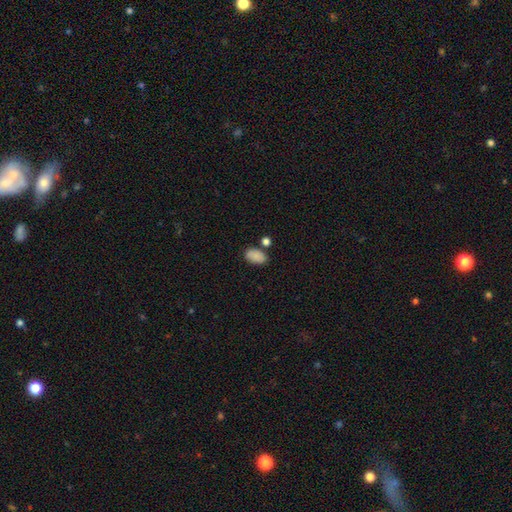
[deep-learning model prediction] Smooth or featured: smooth — 87% (star or artifact — 8%)
How rounded: in between — 92% (round — 7%)
Merging: none — 74% (minor disturbance — 13%)